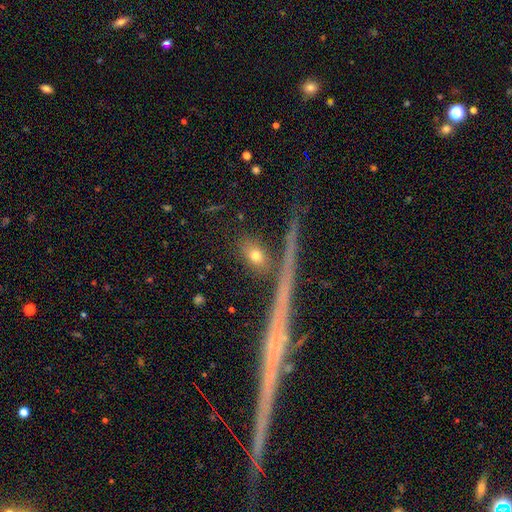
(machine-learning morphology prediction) The model was most divided on "how rounded": in between: 54%, round: 34%, cigar-shaped: 13%. More confident: merging — none (79%); smooth or featured — smooth (64%).